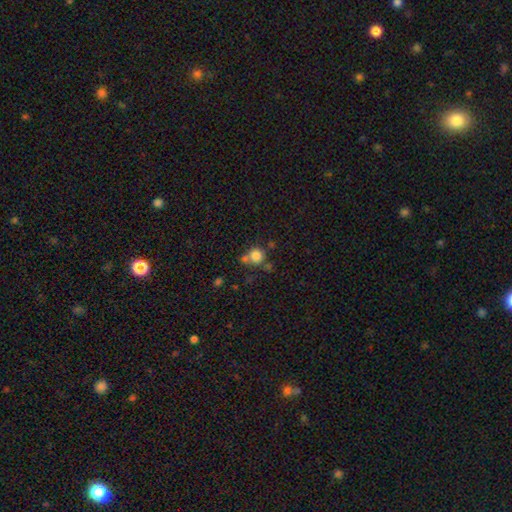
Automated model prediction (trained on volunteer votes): A smooth galaxy with no disk features (80%) that is round (89%). Merging: none (58%).